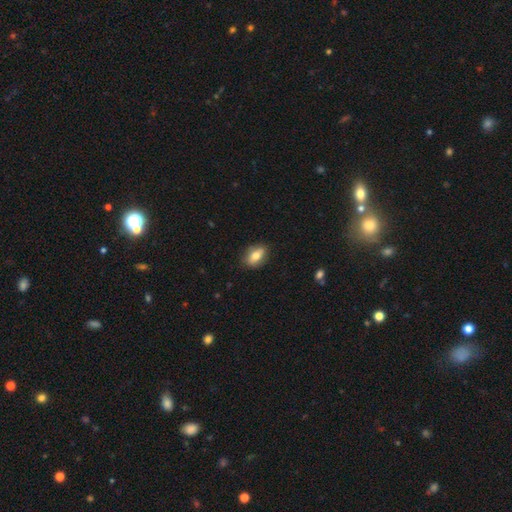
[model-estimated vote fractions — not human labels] This appears to be a smooth galaxy with no disk features (65%) that is in between round and cigar-shaped (80%). Merging: none (83%).